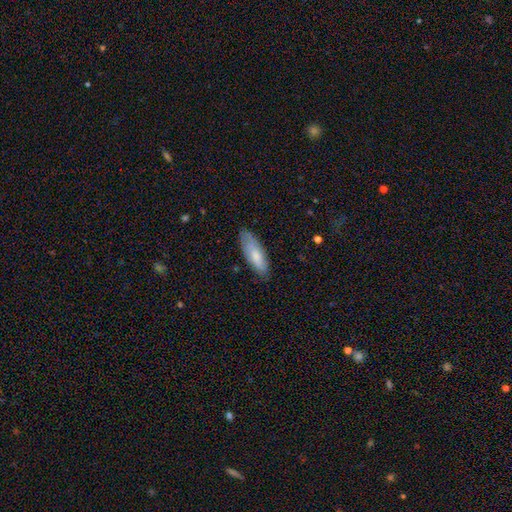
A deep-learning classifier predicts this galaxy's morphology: Smooth or featured?
  - smooth: 76% *
  - featured or disk: 18%
  - star or artifact: 6%
How rounded?
  - in between: 60% *
  - cigar-shaped: 39%
  - round: 2%
Merging?
  - none: 79% *
  - minor disturbance: 17%
  - major disturbance: 3%
  - merger: 1%